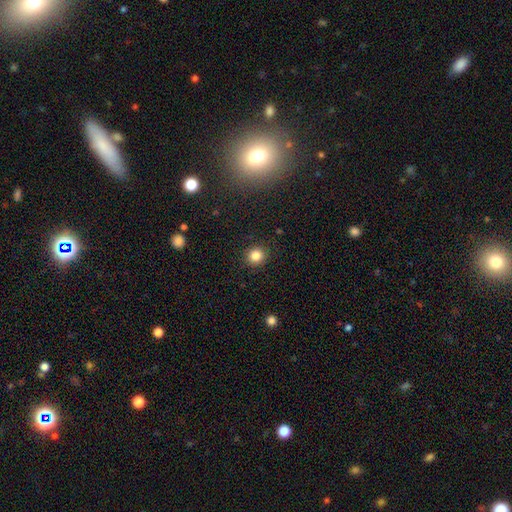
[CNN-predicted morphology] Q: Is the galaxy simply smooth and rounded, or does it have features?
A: smooth — 83%.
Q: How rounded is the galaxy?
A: round — 89%.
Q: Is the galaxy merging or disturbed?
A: none — 91%.